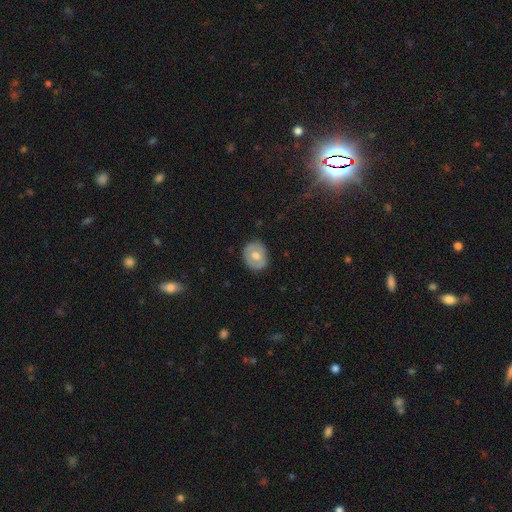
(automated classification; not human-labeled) smooth-or-featured: smooth: 51% | featured or disk: 42% | star or artifact: 7%
  how-rounded: round: 60% | in between: 39% | cigar-shaped: 1%
  merging: none: 84% | minor disturbance: 12% | major disturbance: 3% | merger: 1%